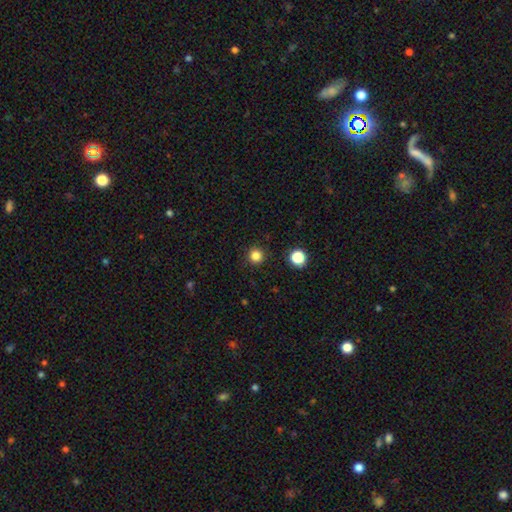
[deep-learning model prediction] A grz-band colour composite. It shows a smooth galaxy with no disk features (83%) that is round (96%). Merging: none (91%).